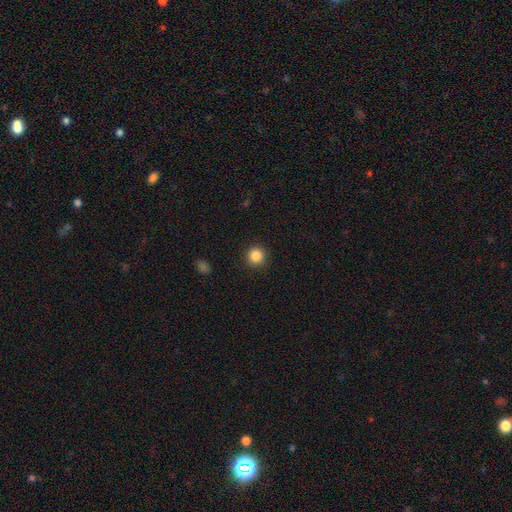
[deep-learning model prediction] This appears to be a smooth galaxy with no disk features (86%) that is round (94%). Merging: none (92%).